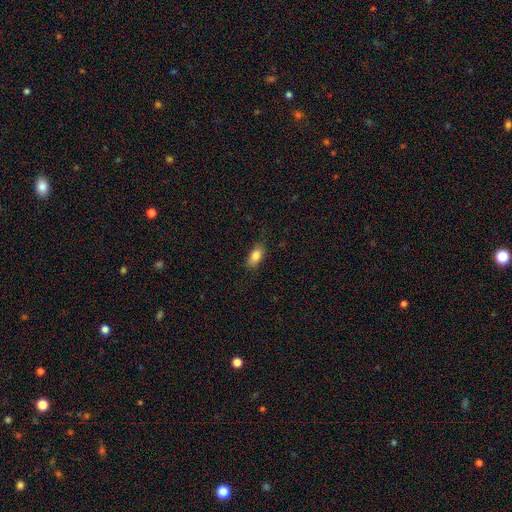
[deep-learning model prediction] This appears to be a smooth galaxy with no disk features (83%) that is in between round and cigar-shaped (88%). Merging: none (81%).